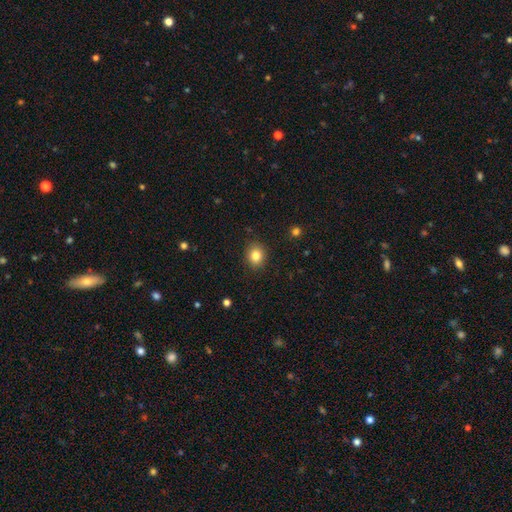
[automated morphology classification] smooth_or_featured: smooth (p=0.82) [alt: star or artifact p=0.11]
how_rounded: round (p=0.68) [alt: in between p=0.31]
merging: none (p=0.88) [alt: minor disturbance p=0.08]